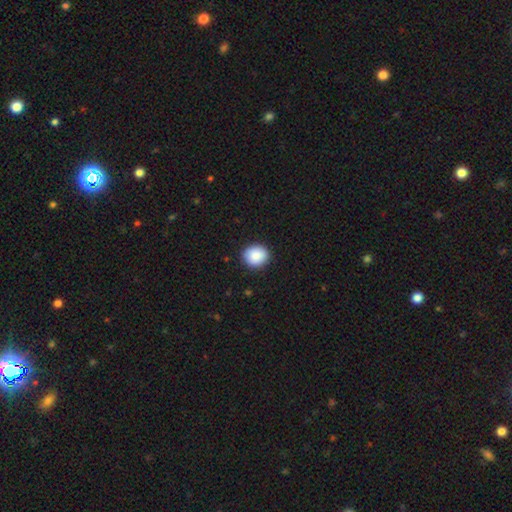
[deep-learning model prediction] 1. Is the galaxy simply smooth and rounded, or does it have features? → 87% smooth, 8% star or artifact, 5% featured or disk.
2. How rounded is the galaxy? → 79% round, 21% in between, 1% cigar-shaped.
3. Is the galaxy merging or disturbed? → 89% none, 8% minor disturbance, 2% major disturbance, 1% merger.